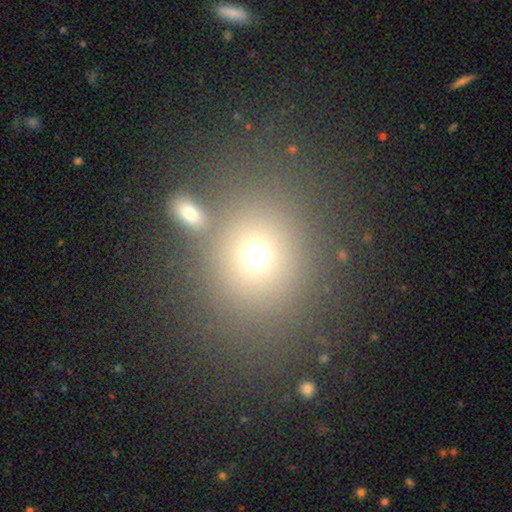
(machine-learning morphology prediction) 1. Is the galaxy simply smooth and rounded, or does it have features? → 67% smooth, 21% star or artifact, 12% featured or disk.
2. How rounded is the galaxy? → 72% round, 27% in between, 1% cigar-shaped.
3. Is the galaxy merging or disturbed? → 68% none, 16% merger, 10% minor disturbance, 6% major disturbance.